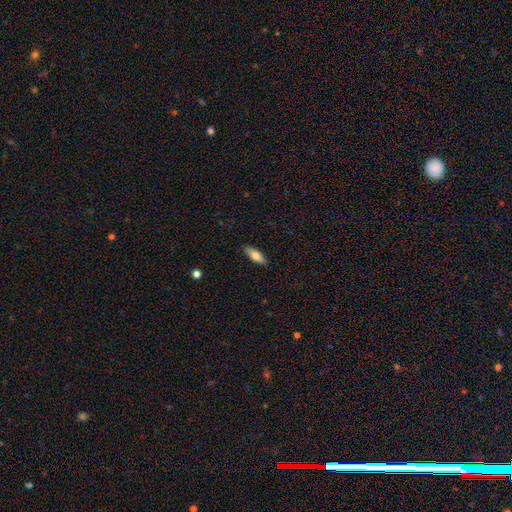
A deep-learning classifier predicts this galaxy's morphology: The model was most divided on "how rounded": in between: 66%, cigar-shaped: 32%, round: 2%. More confident: merging — none (88%); smooth or featured — smooth (77%).